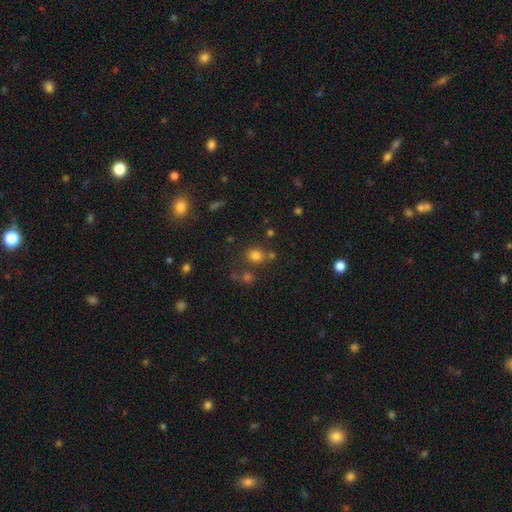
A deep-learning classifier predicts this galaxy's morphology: Q: Smooth or featured?
A: smooth (76%); runner-up: star or artifact (17%)
Q: How rounded?
A: round (74%); runner-up: in between (25%)
Q: Merging?
A: none (67%); runner-up: merger (16%)